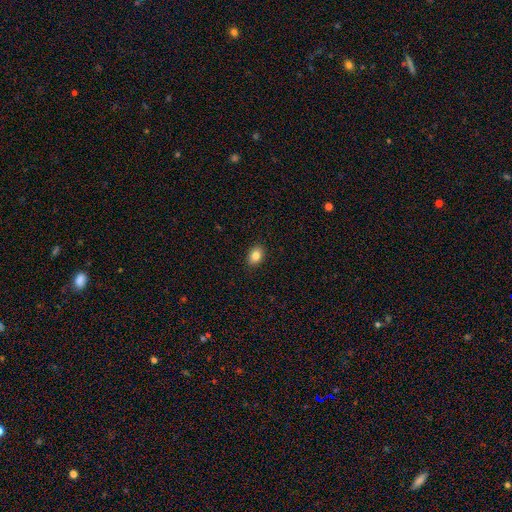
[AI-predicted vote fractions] Q: Smooth or featured?
A: smooth (85%); runner-up: star or artifact (9%)
Q: How rounded?
A: in between (77%); runner-up: round (22%)
Q: Merging?
A: none (90%); runner-up: minor disturbance (7%)